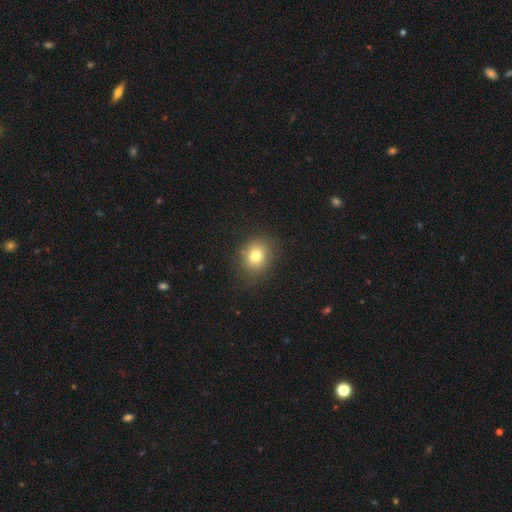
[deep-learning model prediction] smooth_or_featured: smooth (p=0.78) [alt: star or artifact p=0.13]
how_rounded: round (p=0.70) [alt: in between p=0.29]
merging: none (p=0.84) [alt: minor disturbance p=0.11]